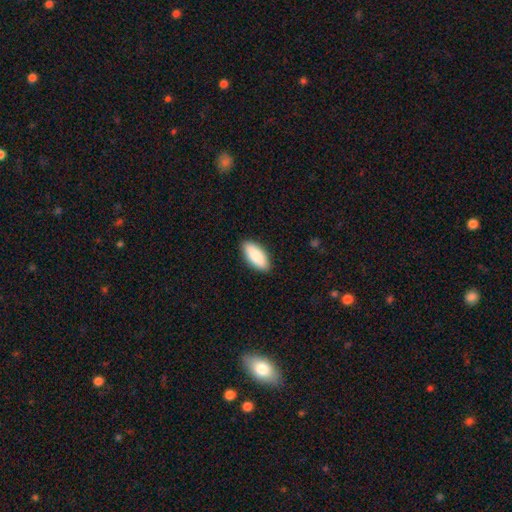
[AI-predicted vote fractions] A smooth galaxy with no disk features (88%) that is in between round and cigar-shaped (84%). Merging: none (89%).